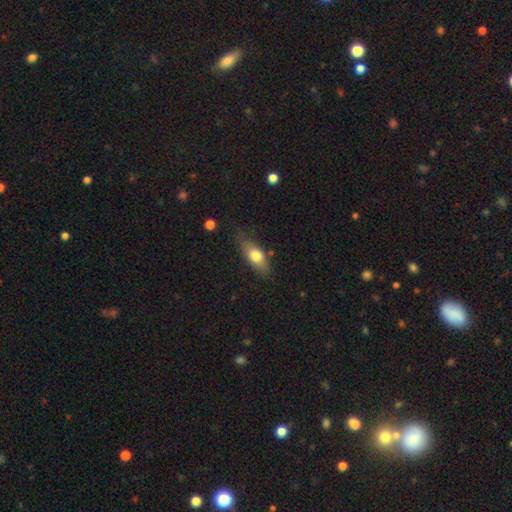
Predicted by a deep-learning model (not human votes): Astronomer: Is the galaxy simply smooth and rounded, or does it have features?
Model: smooth — 71%.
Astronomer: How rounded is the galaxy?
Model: in between — 76%.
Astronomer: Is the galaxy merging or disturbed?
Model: none — 66%.